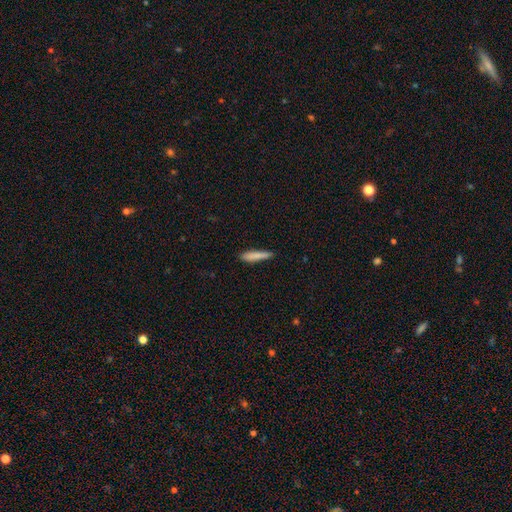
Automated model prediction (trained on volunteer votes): The model was most divided on "merging": none: 80%, minor disturbance: 16%, major disturbance: 3%, merger: 2%. More confident: how rounded — cigar-shaped (88%); smooth or featured — smooth (83%).